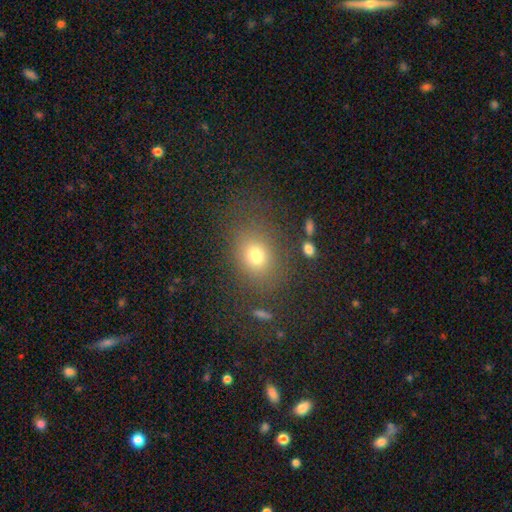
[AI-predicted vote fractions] Smooth or featured: smooth — 75% (star or artifact — 15%)
How rounded: round — 50% (in between — 49%)
Merging: none — 75% (minor disturbance — 13%)